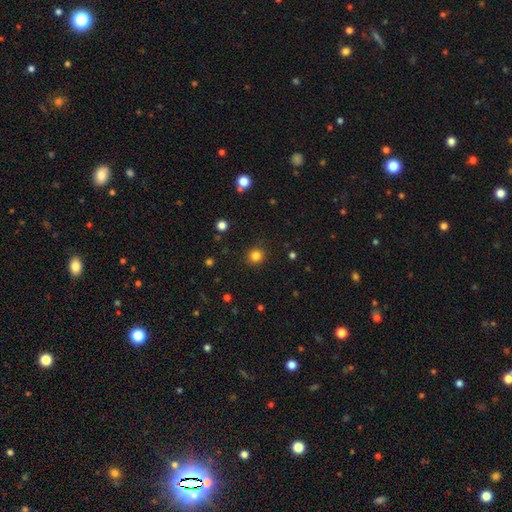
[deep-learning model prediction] Q: Smooth or featured?
A: smooth (83%); runner-up: star or artifact (13%)
Q: How rounded?
A: round (92%); runner-up: in between (7%)
Q: Merging?
A: none (89%); runner-up: minor disturbance (7%)